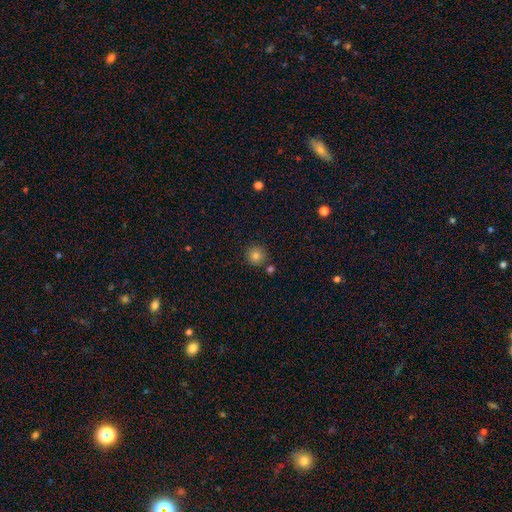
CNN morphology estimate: type=smooth (82%); roundness=round (94%); merging=none (82%).